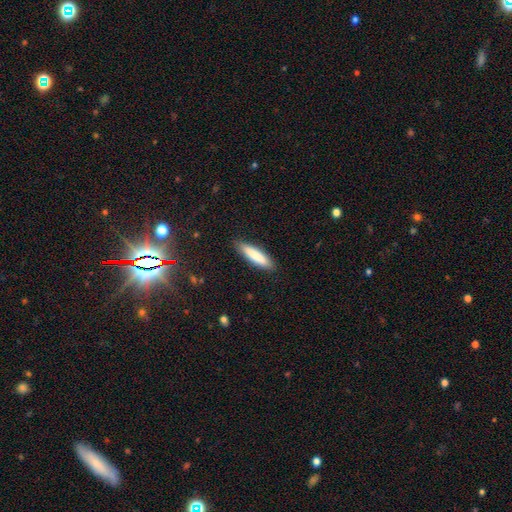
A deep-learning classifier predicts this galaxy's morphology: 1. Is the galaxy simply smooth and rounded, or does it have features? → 84% smooth, 10% featured or disk, 5% star or artifact.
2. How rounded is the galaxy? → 74% cigar-shaped, 25% in between, 1% round.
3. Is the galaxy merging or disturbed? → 89% none, 8% minor disturbance, 2% major disturbance, 1% merger.